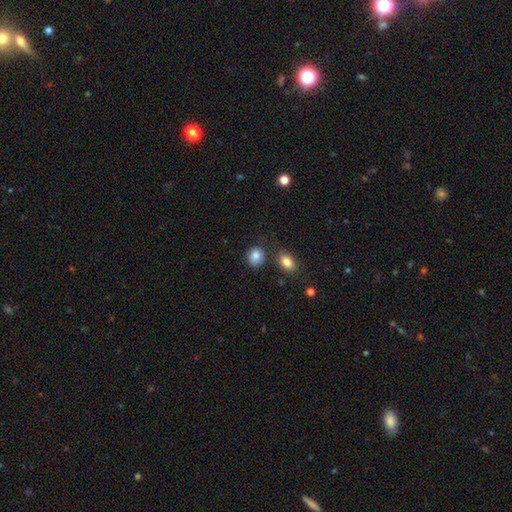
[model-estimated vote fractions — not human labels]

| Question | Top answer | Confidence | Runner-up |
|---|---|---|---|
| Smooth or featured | smooth | 84% | star or artifact (9%) |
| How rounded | round | 73% | in between (26%) |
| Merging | none | 75% | minor disturbance (13%) |